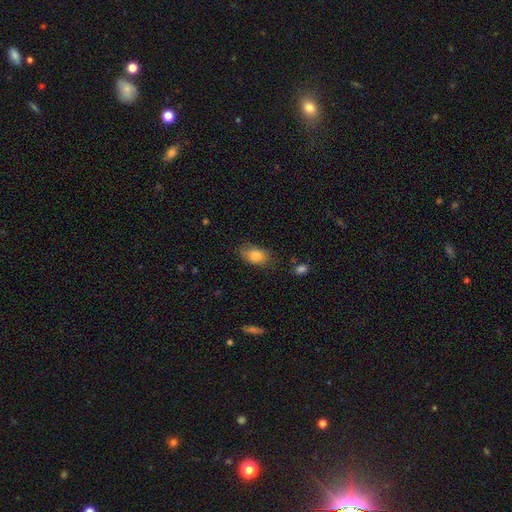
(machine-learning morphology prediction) smooth 82%, featured or disk 10%, star or artifact 8%. Down the decision tree: how rounded — in between (81%); merging — none (71%).